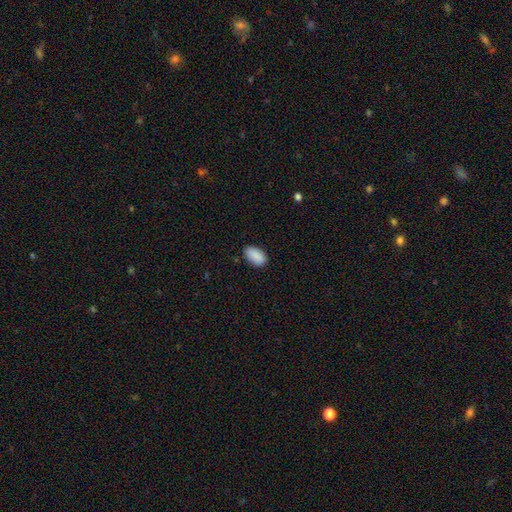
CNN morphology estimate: Smooth or featured?
  - smooth: 90% *
  - star or artifact: 7%
  - featured or disk: 3%
How rounded?
  - in between: 94% *
  - round: 4%
  - cigar-shaped: 2%
Merging?
  - none: 85% *
  - minor disturbance: 12%
  - major disturbance: 2%
  - merger: 1%